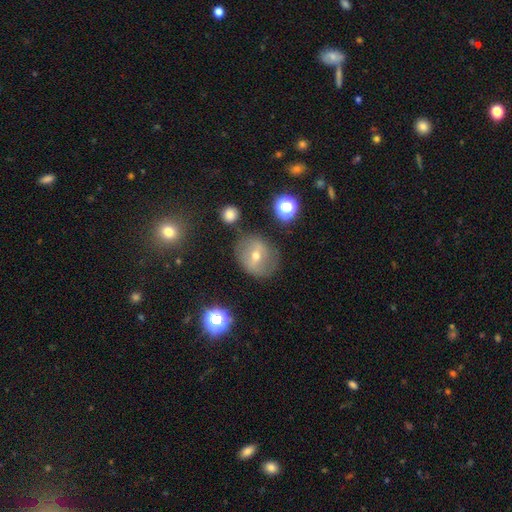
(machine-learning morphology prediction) This is possibly a featured or disk galaxy (50%). It is clearly not viewed edge-on (92%). Merging: likely none (75%).